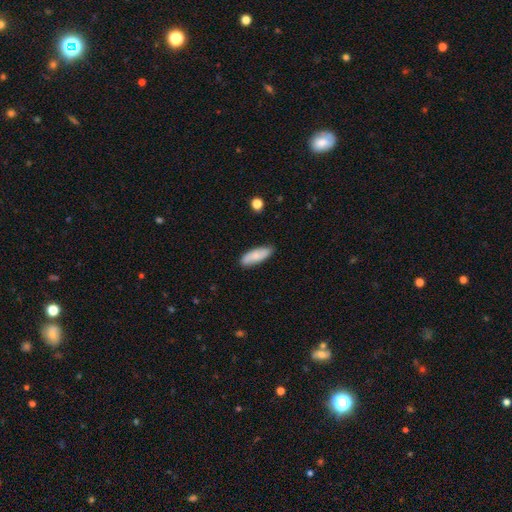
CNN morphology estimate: The model was most divided on "how rounded": in between: 60%, cigar-shaped: 38%, round: 2%. More confident: merging — none (84%); smooth or featured — smooth (79%).